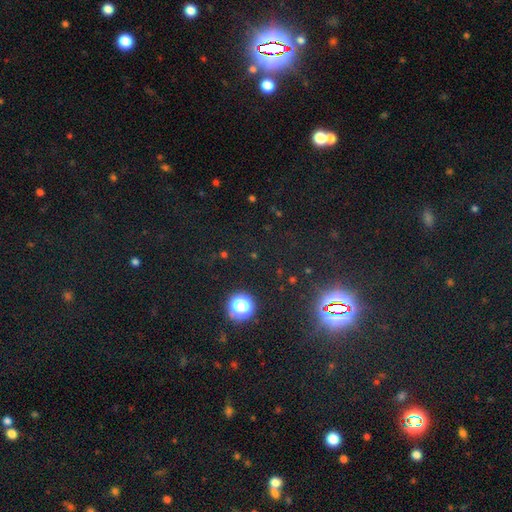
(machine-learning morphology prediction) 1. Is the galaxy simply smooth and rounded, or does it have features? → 75% star or artifact, 18% smooth, 7% featured or disk.